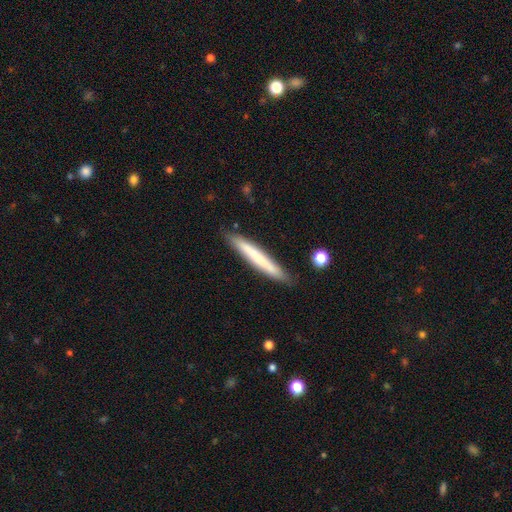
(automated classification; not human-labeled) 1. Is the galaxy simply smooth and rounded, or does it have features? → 65% smooth, 29% featured or disk, 6% star or artifact.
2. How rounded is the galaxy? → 96% cigar-shaped, 3% in between, 1% round.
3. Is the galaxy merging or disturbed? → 88% none, 9% minor disturbance, 2% major disturbance, 1% merger.